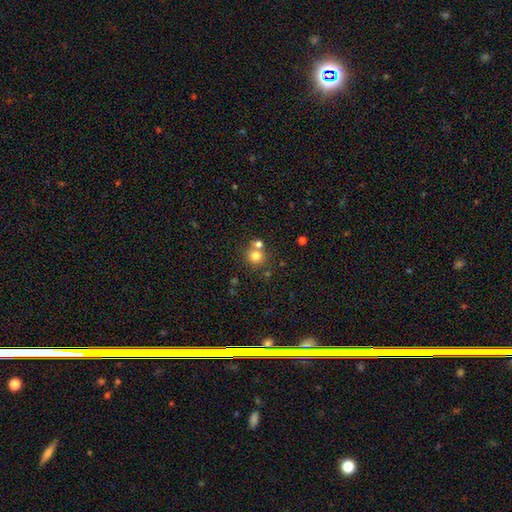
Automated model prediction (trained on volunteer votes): Smooth or featured?
  - smooth: 77% *
  - star or artifact: 13%
  - featured or disk: 9%
How rounded?
  - round: 88% *
  - in between: 11%
  - cigar-shaped: 1%
Merging?
  - none: 59% *
  - merger: 31%
  - minor disturbance: 8%
  - major disturbance: 3%